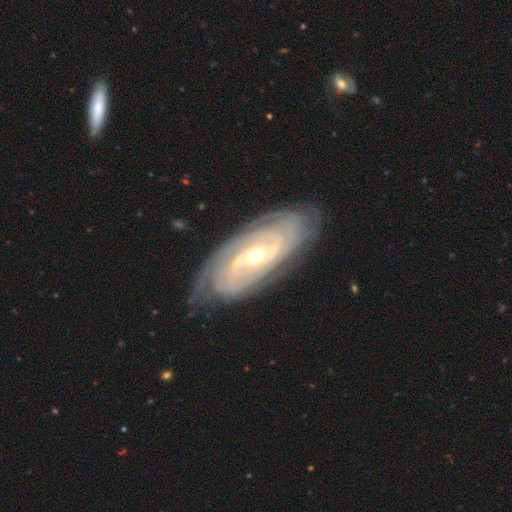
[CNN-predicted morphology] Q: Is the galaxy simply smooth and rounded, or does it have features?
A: featured or disk — 89%.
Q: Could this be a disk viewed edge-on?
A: no — 92%.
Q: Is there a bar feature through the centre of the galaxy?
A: weak — 38%.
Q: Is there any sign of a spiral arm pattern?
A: yes — 96%.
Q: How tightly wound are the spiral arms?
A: tight — 80%.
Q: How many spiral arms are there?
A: can't tell — 32%.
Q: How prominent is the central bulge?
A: moderate — 56%.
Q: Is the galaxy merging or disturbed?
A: none — 81%.